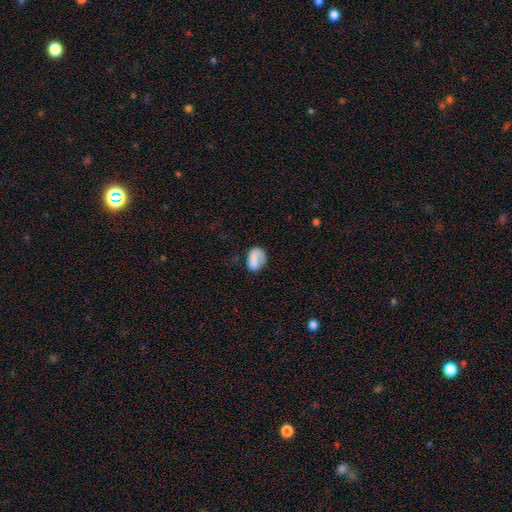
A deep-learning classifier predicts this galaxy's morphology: smooth_or_featured: smooth (p=0.69) [alt: featured or disk p=0.23]
how_rounded: in between (p=0.72) [alt: round p=0.26]
merging: none (p=0.49) [alt: minor disturbance p=0.26]